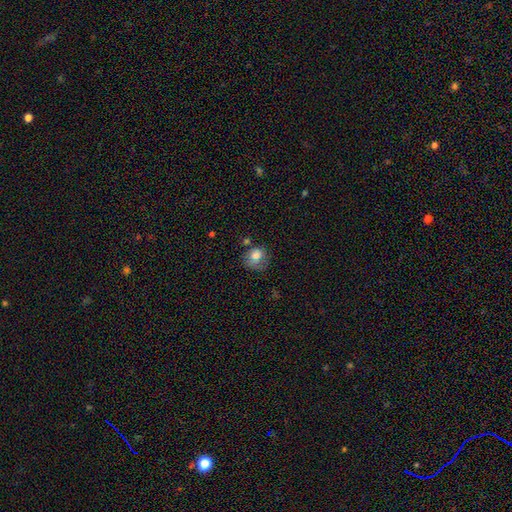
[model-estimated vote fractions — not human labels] smooth 75%, star or artifact 13%, featured or disk 13%. Down the decision tree: how rounded — round (68%); merging — none (48%).